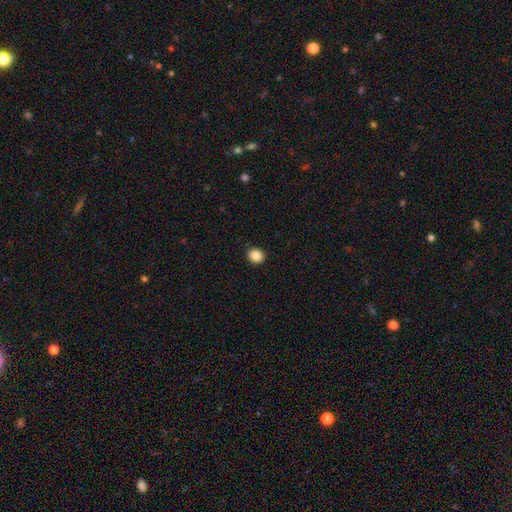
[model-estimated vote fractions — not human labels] The model was most divided on "how rounded": round: 79%, in between: 20%, cigar-shaped: 1%. More confident: merging — none (92%); smooth or featured — smooth (86%).